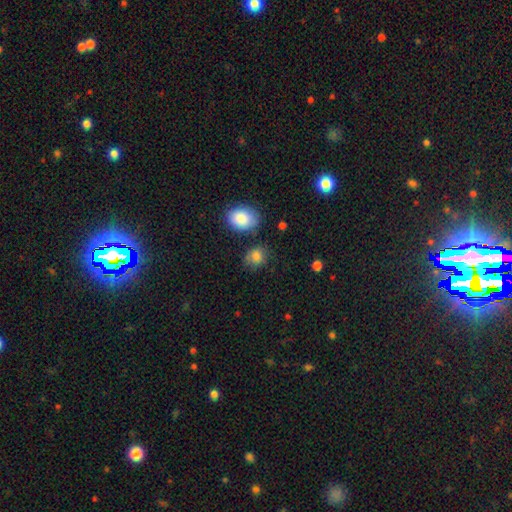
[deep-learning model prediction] The model was most divided on "how rounded": round: 53%, in between: 46%, cigar-shaped: 1%. More confident: smooth or featured — smooth (83%); merging — none (66%).